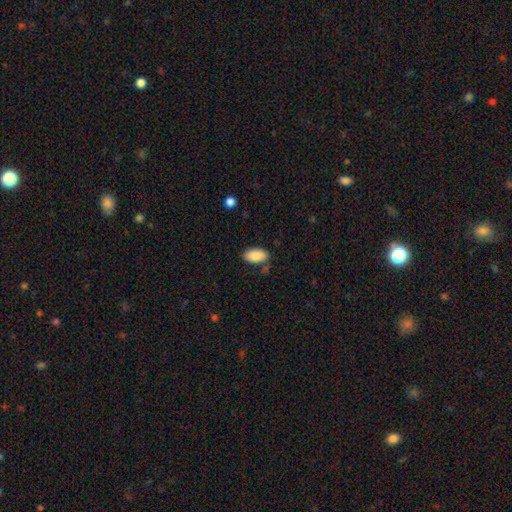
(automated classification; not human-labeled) Smooth or featured? Predicted: smooth (p=0.88). How rounded? Predicted: in between (p=0.94). Merging? Predicted: none (p=0.78).